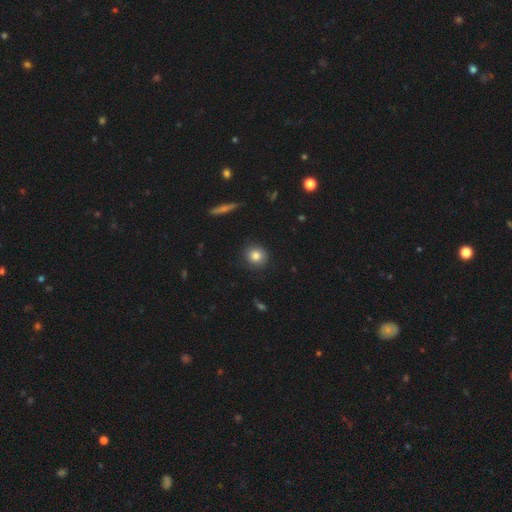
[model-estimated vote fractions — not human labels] Morphology: type=smooth (82%); roundness=round (88%); merging=none (87%).